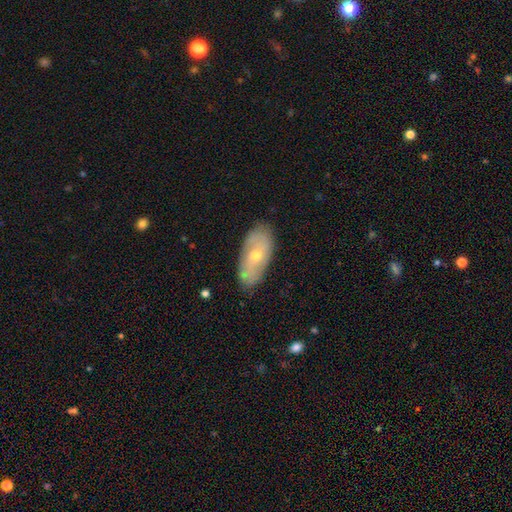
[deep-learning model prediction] smooth-or-featured: featured or disk: 50% | smooth: 43% | star or artifact: 7%
  disk-edge-on: no: 85% | yes: 15%
  merging: none: 82% | minor disturbance: 14% | major disturbance: 3% | merger: 1%